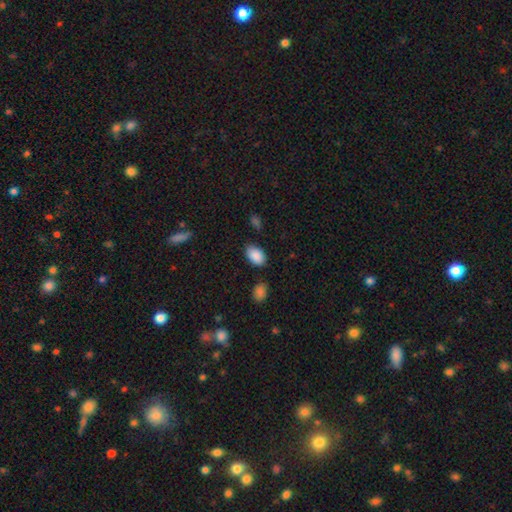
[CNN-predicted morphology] A smooth galaxy with no disk features (89%) that is in between round and cigar-shaped (90%). Merging: none (80%).